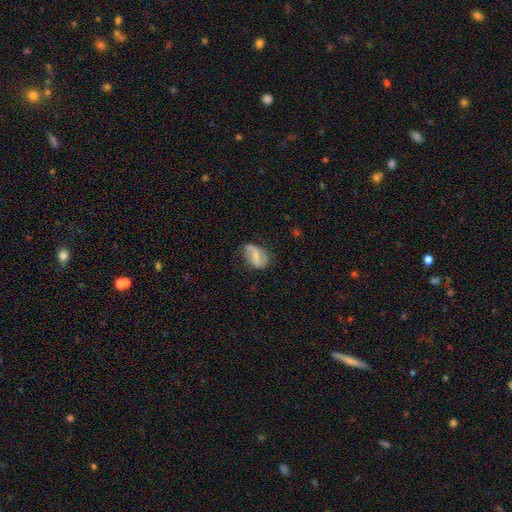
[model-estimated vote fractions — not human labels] featured or disk 52%, smooth 40%, star or artifact 8%. Down the decision tree: edge-on disk — no (96%); merging — none (54%).